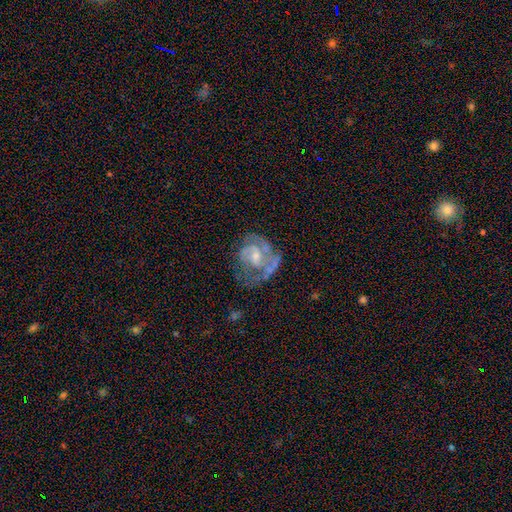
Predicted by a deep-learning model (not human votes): Smooth or featured? featured or disk (77%)
Edge-on disk? no (98%)
Bar? no (57%)
Spiral arms? yes (80%)
Spiral winding? tight (49%)
Spiral arm count? 2 (39%)
Bulge size? small (45%)
Merging? none (47%)